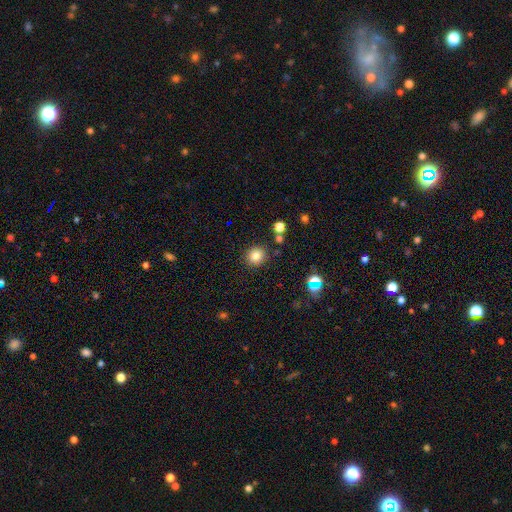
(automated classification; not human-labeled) Q: Smooth or featured?
A: smooth (81%); runner-up: star or artifact (13%)
Q: How rounded?
A: round (89%); runner-up: in between (10%)
Q: Merging?
A: none (86%); runner-up: minor disturbance (7%)